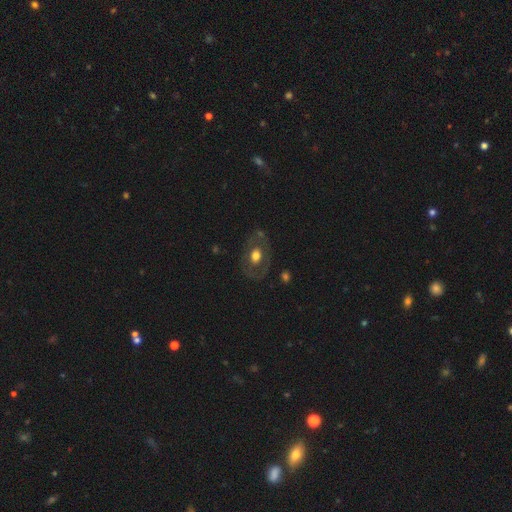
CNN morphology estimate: This appears to be a smooth galaxy with no disk features (49%). Merging: none (74%).